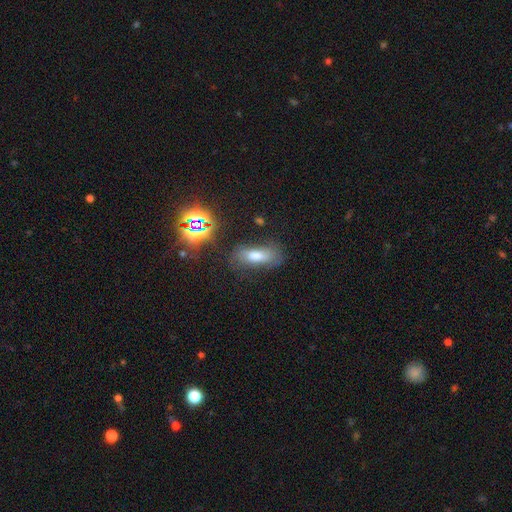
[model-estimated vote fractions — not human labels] smooth 58%, star or artifact 22%, featured or disk 20%. Down the decision tree: how rounded — in between (73%); merging — none (66%).